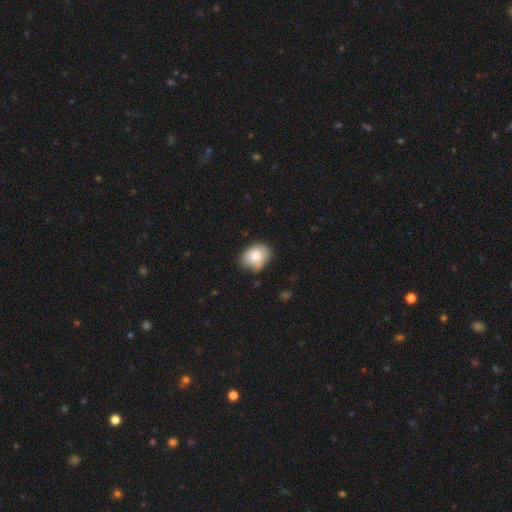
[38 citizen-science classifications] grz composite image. It shows a smooth galaxy with no disk features (84%) that is in between round and cigar-shaped (69%). Merging: none (76%).